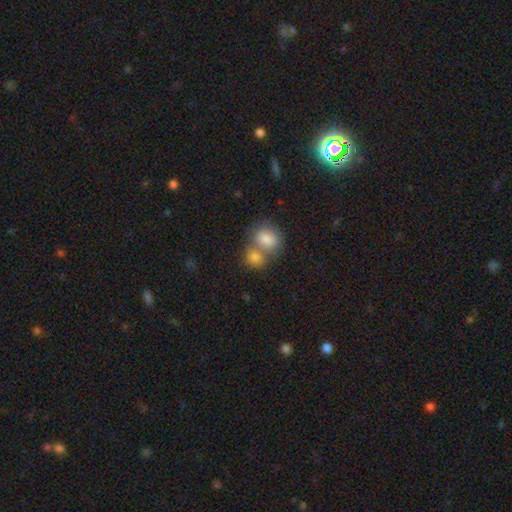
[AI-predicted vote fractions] This appears to be a smooth galaxy with no disk features (75%) that is round (62%). Merging: merger (54%).